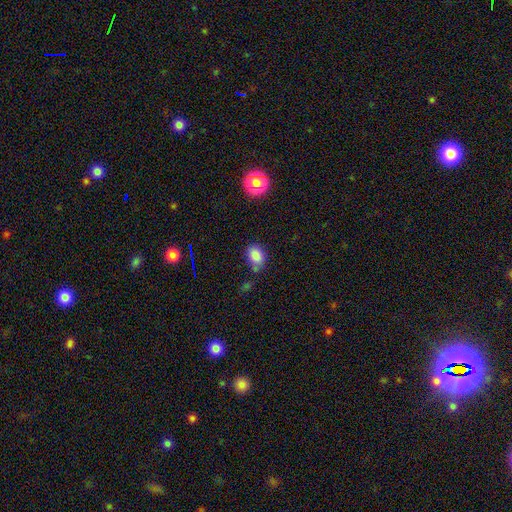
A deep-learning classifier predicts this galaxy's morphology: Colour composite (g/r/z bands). It shows a smooth galaxy with no disk features (83%) that is in between round and cigar-shaped (72%). Merging: none (65%).